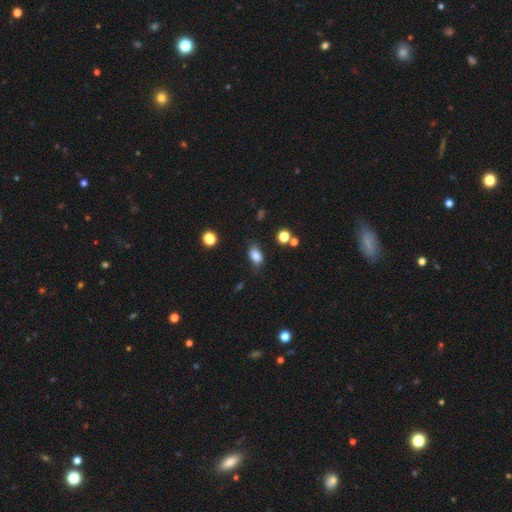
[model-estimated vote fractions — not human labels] smooth-or-featured: smooth: 83% | star or artifact: 10% | featured or disk: 7%
  how-rounded: in between: 84% | round: 14% | cigar-shaped: 2%
  merging: none: 78% | minor disturbance: 16% | major disturbance: 4% | merger: 3%